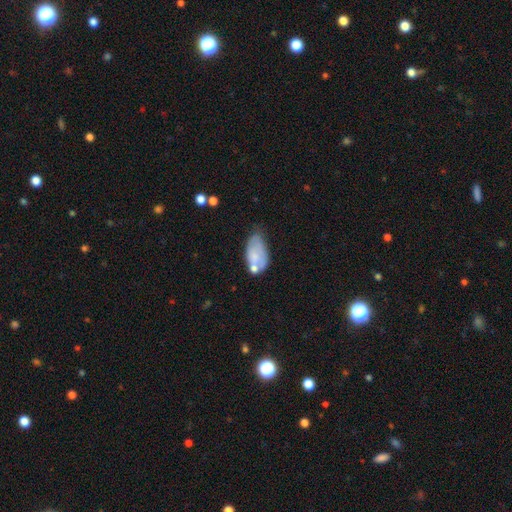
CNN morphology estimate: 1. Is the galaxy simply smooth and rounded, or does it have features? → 62% smooth, 30% featured or disk, 8% star or artifact.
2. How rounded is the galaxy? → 93% in between, 4% round, 3% cigar-shaped.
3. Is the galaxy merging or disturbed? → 33% none, 32% minor disturbance, 19% merger, 17% major disturbance.